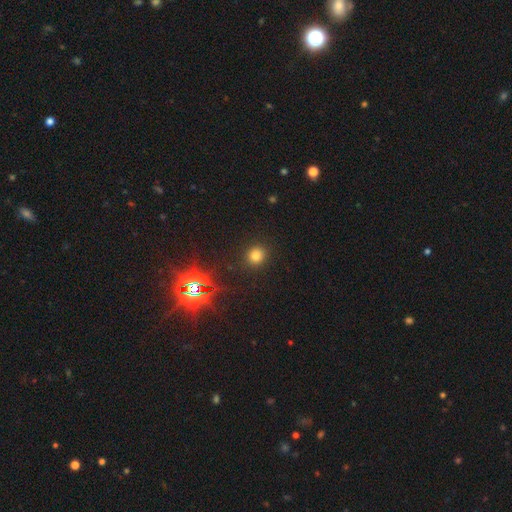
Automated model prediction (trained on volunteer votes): smooth-or-featured: smooth: 73% | star or artifact: 20% | featured or disk: 7%
  how-rounded: round: 86% | in between: 13% | cigar-shaped: 1%
  merging: none: 90% | minor disturbance: 6% | major disturbance: 2% | merger: 1%